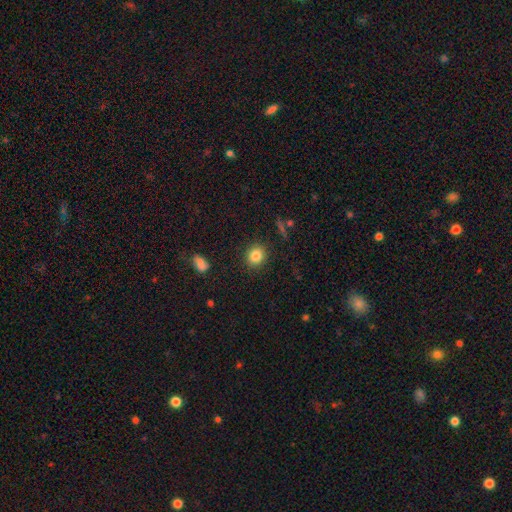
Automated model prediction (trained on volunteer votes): Overall: smooth (84%). How rounded: round (74%). Merging: none (89%).